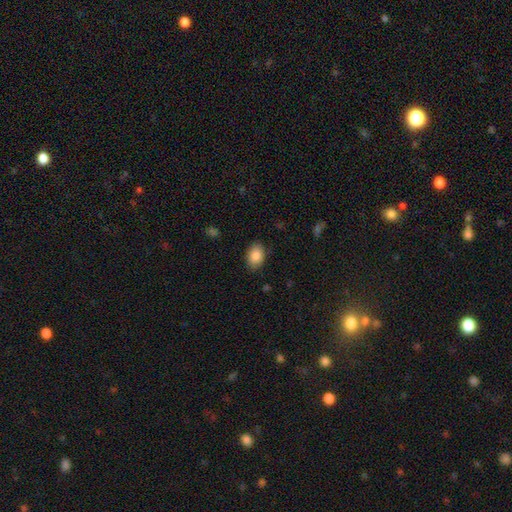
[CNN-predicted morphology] Smooth or featured?
  - smooth: 87% *
  - star or artifact: 7%
  - featured or disk: 6%
How rounded?
  - in between: 84% *
  - round: 15%
  - cigar-shaped: 1%
Merging?
  - none: 86% *
  - minor disturbance: 11%
  - major disturbance: 2%
  - merger: 1%